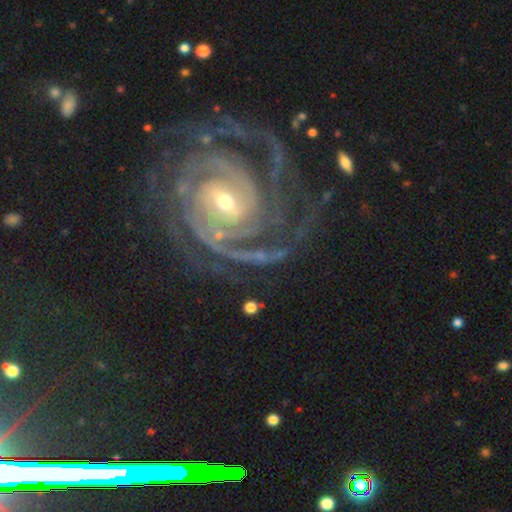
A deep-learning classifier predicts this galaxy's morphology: featured or disk 92%, star or artifact 6%, smooth 3%. Down the decision tree: edge-on disk — no (98%); bar — weak (42%); spiral arms — yes (99%); spiral arm count — 3 (26%); spiral winding — tight (73%); bulge size — small (55%); merging — none (71%).